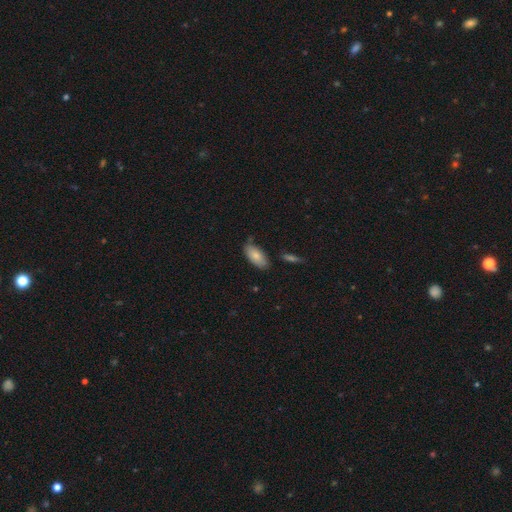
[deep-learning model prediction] Overall: smooth (82%). How rounded: in between (91%). Merging: none (73%).